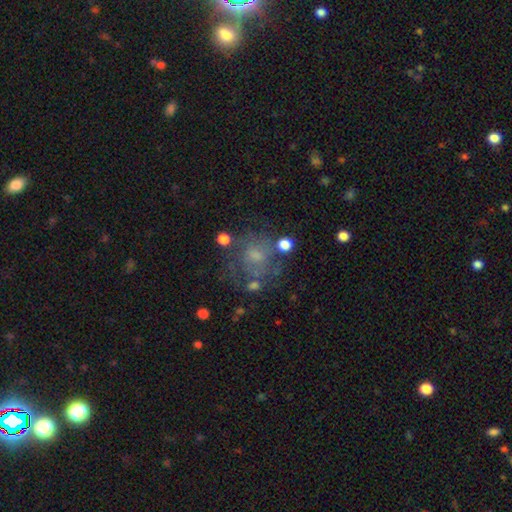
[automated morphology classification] Smooth or featured?
  - featured or disk: 46% *
  - smooth: 38%
  - star or artifact: 16%
Merging?
  - none: 54% *
  - major disturbance: 19%
  - minor disturbance: 19%
  - merger: 7%